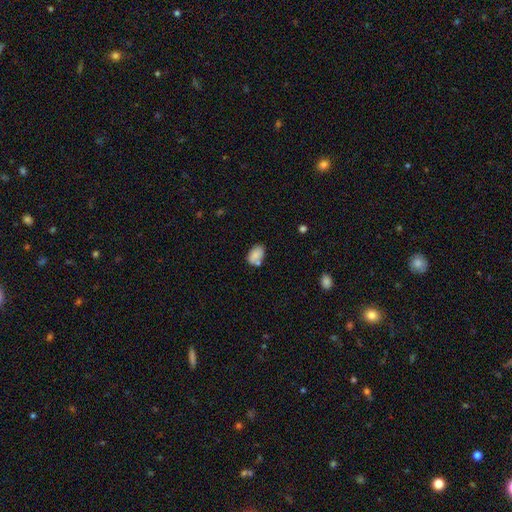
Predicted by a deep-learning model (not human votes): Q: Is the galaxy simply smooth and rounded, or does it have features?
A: smooth — 83%.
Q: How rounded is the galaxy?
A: in between — 87%.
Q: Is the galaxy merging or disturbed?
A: none — 60%.